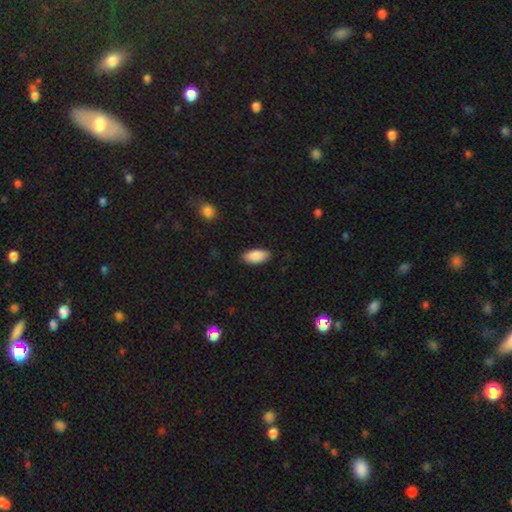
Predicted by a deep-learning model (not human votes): Overall: smooth (90%). How rounded: in between (91%). Merging: none (86%).